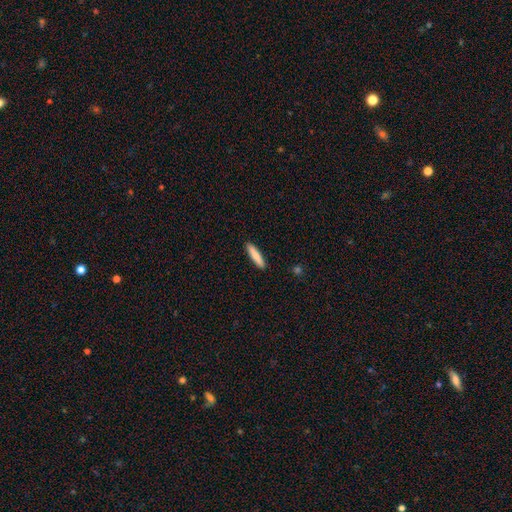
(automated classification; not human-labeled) smooth-or-featured: smooth: 83% | featured or disk: 12% | star or artifact: 5%
  how-rounded: cigar-shaped: 87% | in between: 11% | round: 1%
  merging: none: 92% | minor disturbance: 6% | major disturbance: 1% | merger: 1%